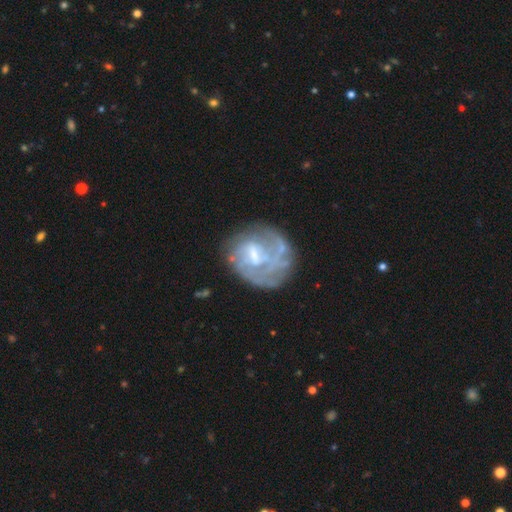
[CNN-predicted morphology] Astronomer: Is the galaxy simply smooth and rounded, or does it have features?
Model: featured or disk — 70%.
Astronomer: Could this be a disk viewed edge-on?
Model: no — 98%.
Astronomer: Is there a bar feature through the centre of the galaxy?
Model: weak — 50% (runner-up: no, 31%).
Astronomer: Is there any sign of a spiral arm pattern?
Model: yes — 60% (runner-up: no, 40%).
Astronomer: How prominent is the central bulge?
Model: moderate — 35% (runner-up: none, 30%).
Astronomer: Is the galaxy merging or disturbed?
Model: none — 52%.